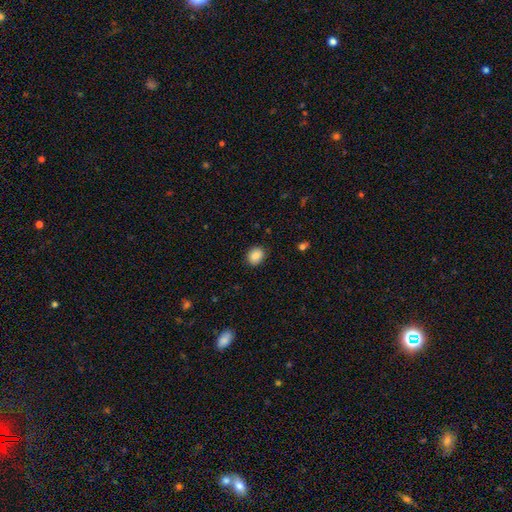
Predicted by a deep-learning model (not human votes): smooth 86%, star or artifact 9%, featured or disk 5%. Down the decision tree: how rounded — round (56%); merging — none (88%).